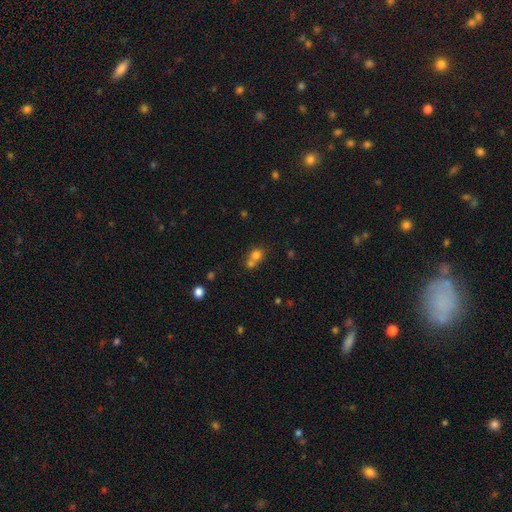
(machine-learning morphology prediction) Smooth or featured?
  - smooth: 72% *
  - star or artifact: 15%
  - featured or disk: 13%
How rounded?
  - round: 70% *
  - in between: 28%
  - cigar-shaped: 1%
Merging?
  - merger: 57% *
  - none: 33%
  - minor disturbance: 7%
  - major disturbance: 3%